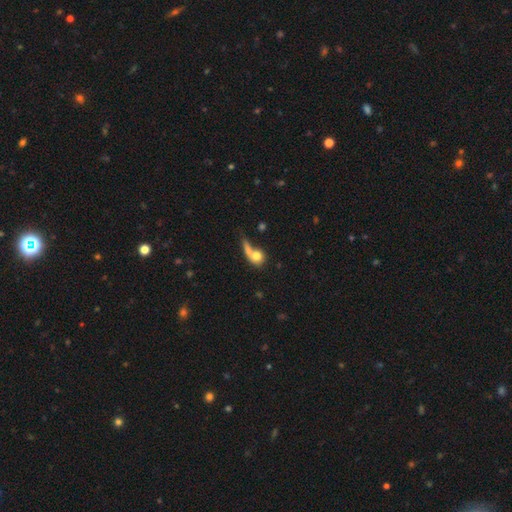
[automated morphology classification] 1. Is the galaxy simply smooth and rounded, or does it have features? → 73% smooth, 19% featured or disk, 9% star or artifact.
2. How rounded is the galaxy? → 64% round, 29% in between, 7% cigar-shaped.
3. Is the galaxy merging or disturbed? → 39% merger, 32% none, 17% major disturbance, 12% minor disturbance.